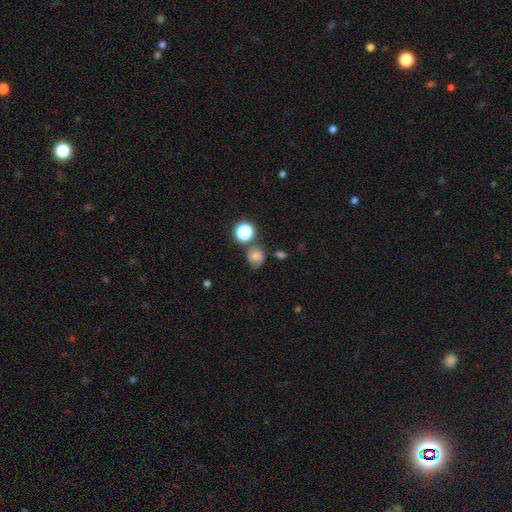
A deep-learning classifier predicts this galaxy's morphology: The model was most divided on "merging": none: 63%, minor disturbance: 20%, merger: 10%, major disturbance: 7%. More confident: how rounded — round (78%); smooth or featured — smooth (72%).